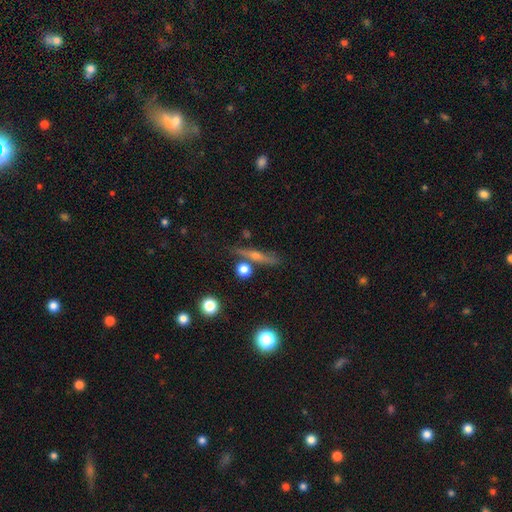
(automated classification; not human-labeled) smooth-or-featured: featured or disk: 62% | smooth: 28% | star or artifact: 10%
  disk-edge-on: yes: 93% | no: 7%
    edge-on-bulge: rounded: 84% | none: 11% | boxy: 5%
  merging: none: 77% | minor disturbance: 11% | merger: 8% | major disturbance: 4%